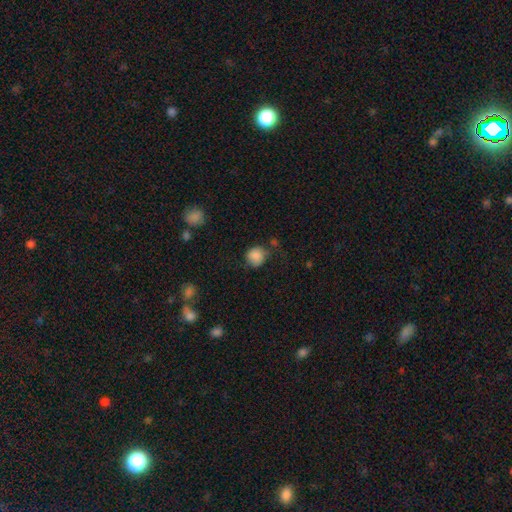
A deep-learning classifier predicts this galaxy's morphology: This is clearly a smooth galaxy (86%). How rounded: clearly round (85%). Merging: likely none (65%).